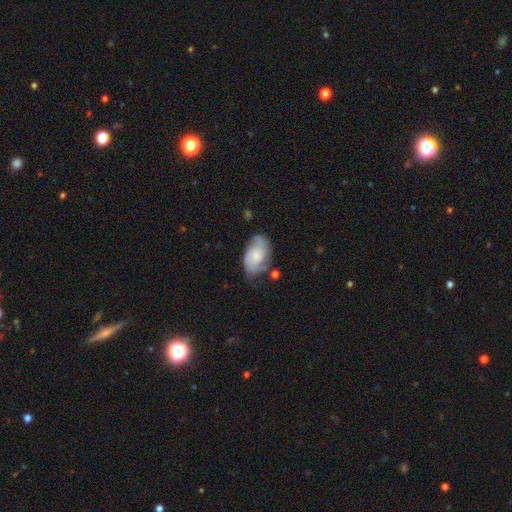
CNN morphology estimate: Smooth or featured? Predicted: featured or disk (p=0.62). Edge-on disk? Predicted: no (p=0.97). Bar? Predicted: no (p=0.65). Spiral arms? Predicted: yes (p=0.89). Spiral winding? Predicted: medium (p=0.45). Spiral arm count? Predicted: 2 (p=0.56). Bulge size? Predicted: small (p=0.44). Merging? Predicted: none (p=0.55).